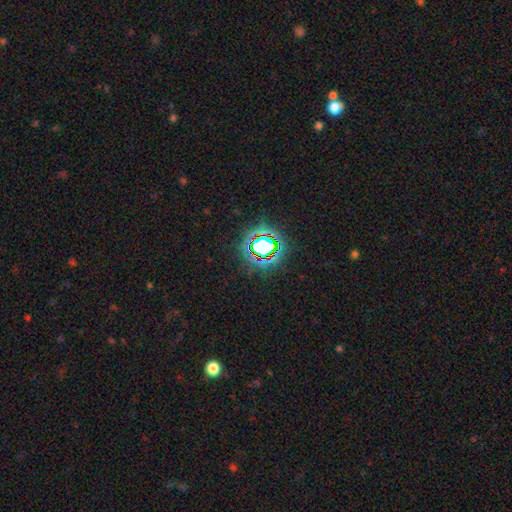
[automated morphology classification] A star or artifact, not a galaxy (81%).

Vote fractions:
- Smooth or featured? star or artifact: 81% / smooth: 11% / featured or disk: 7%